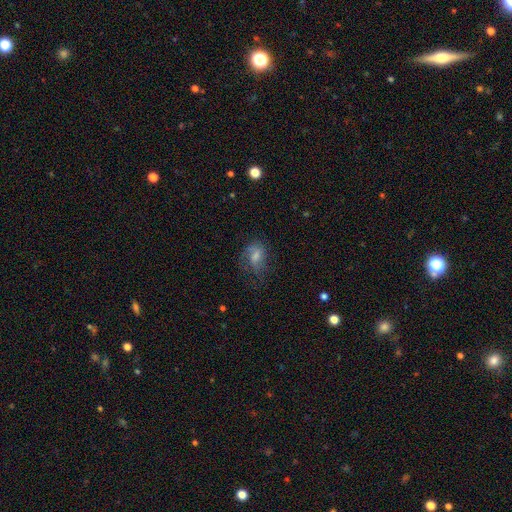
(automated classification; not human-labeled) A smooth galaxy with no disk features (50%) that is in between round and cigar-shaped (76%). Merging: none (42%).